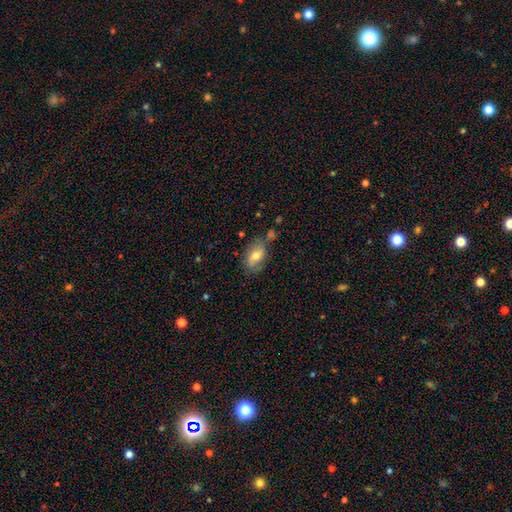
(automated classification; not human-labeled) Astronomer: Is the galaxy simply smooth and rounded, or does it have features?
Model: smooth — 65%.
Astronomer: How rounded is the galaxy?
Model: in between — 88%.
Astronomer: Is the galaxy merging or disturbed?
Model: none — 65%.